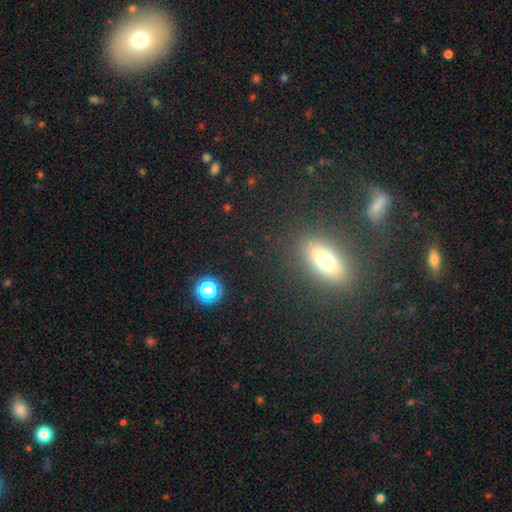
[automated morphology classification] Overall: smooth (54%; featured or disk 25%). How rounded: in between (63%; cigar-shaped 23%). Merging: none (83%).